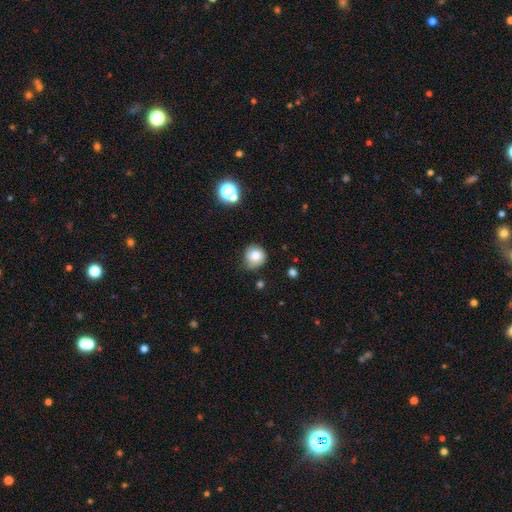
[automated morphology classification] Smooth or featured? Predicted: smooth (p=0.79). How rounded? Predicted: round (p=0.88). Merging? Predicted: none (p=0.65).